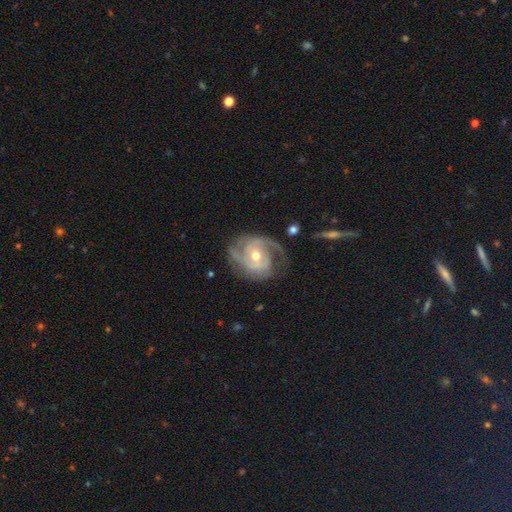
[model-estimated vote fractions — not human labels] smooth_or_featured: featured or disk (p=0.90) [alt: smooth p=0.06]
disk_edge_on: no (p=0.98) [alt: yes p=0.02]
bar: no (p=0.64) [alt: weak p=0.28]
has_spiral_arms: yes (p=0.97) [alt: no p=0.03]
spiral_winding: tight (p=0.48) [alt: medium p=0.41]
spiral_arm_count: 2 (p=0.45) [alt: 3 p=0.28]
bulge_size: moderate (p=0.68) [alt: small p=0.27]
merging: none (p=0.66) [alt: minor disturbance p=0.21]